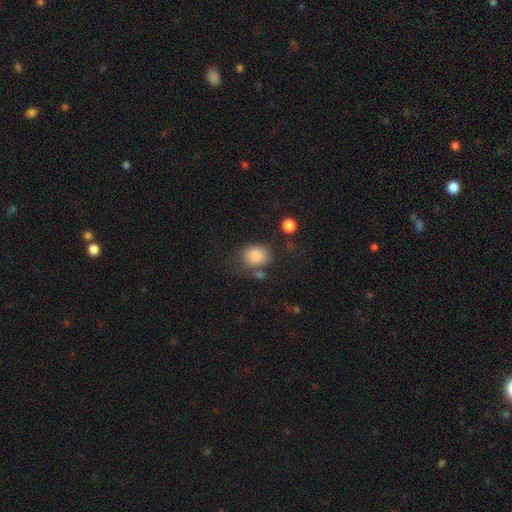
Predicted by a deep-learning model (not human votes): Overall: smooth (86%). How rounded: round (50%; in between 49%). Merging: none (57%; minor disturbance 22%).